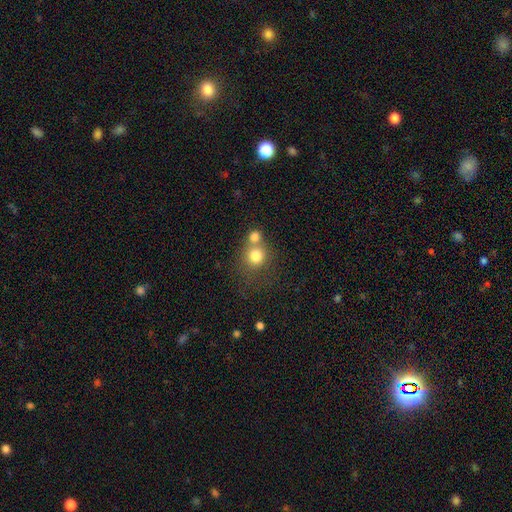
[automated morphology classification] A smooth galaxy with no disk features (78%) that is round (86%).

Vote fractions:
- Smooth or featured? smooth: 78% / featured or disk: 11% / star or artifact: 11%
- How rounded? round: 86% / in between: 13% / cigar-shaped: 1%
- Merging? merger: 48% / none: 40% / minor disturbance: 7% / major disturbance: 4%